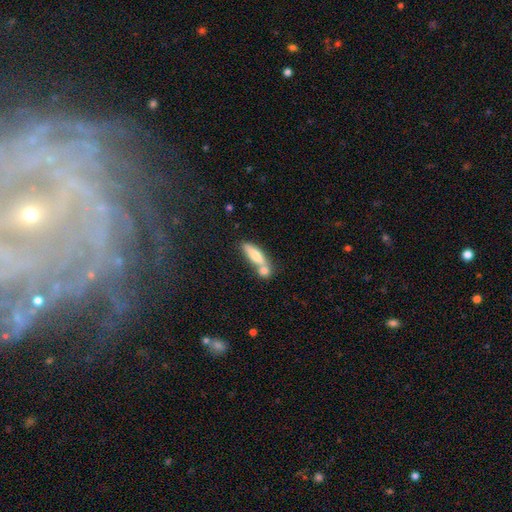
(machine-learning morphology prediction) Smooth or featured?
  - smooth: 71% *
  - featured or disk: 23%
  - star or artifact: 7%
How rounded?
  - cigar-shaped: 59% *
  - in between: 38%
  - round: 3%
Merging?
  - merger: 46% *
  - none: 38%
  - minor disturbance: 11%
  - major disturbance: 4%